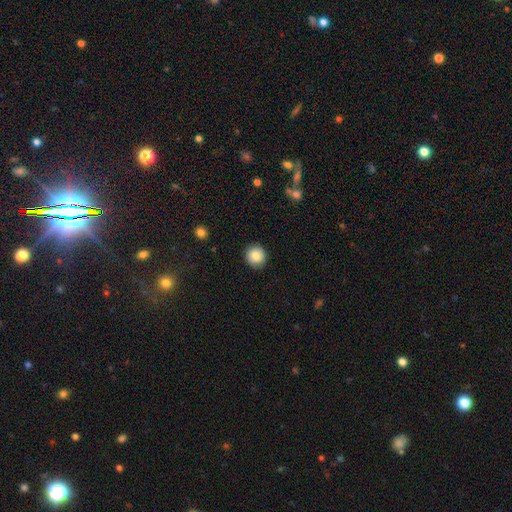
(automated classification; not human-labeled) Smooth or featured? smooth (84%)
How rounded? round (89%)
Merging? none (89%)